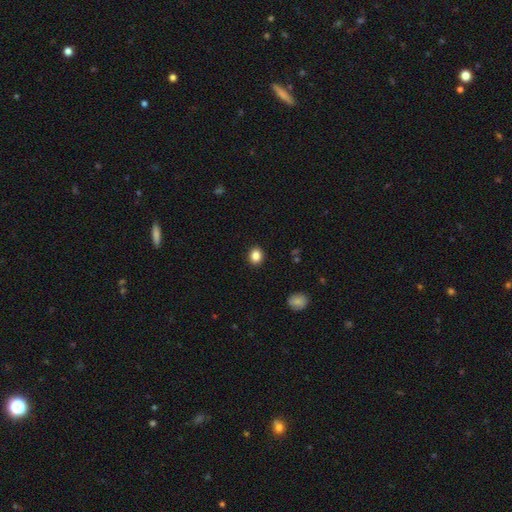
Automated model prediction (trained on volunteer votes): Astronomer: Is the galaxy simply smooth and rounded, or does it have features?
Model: smooth — 86%.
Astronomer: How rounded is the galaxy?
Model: round — 62%.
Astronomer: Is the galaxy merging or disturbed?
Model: none — 91%.